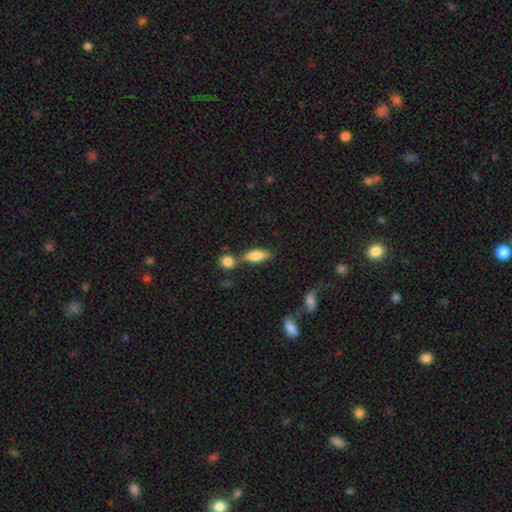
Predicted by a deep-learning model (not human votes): Morphology: type=smooth (73%); roundness=in between (62%); merging=none (64%).